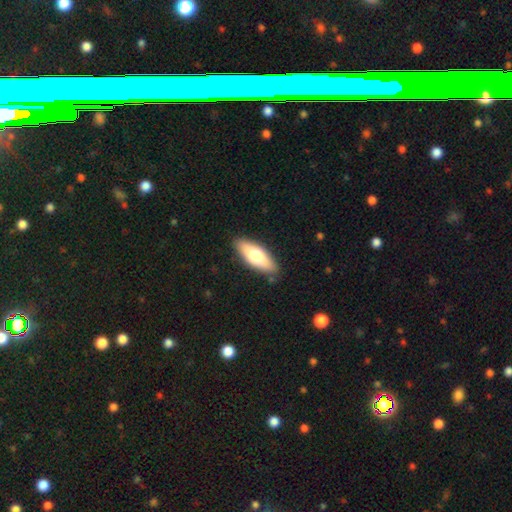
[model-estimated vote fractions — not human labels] A smooth galaxy with no disk features (64%) that is in between round and cigar-shaped (65%). Merging: none (86%).